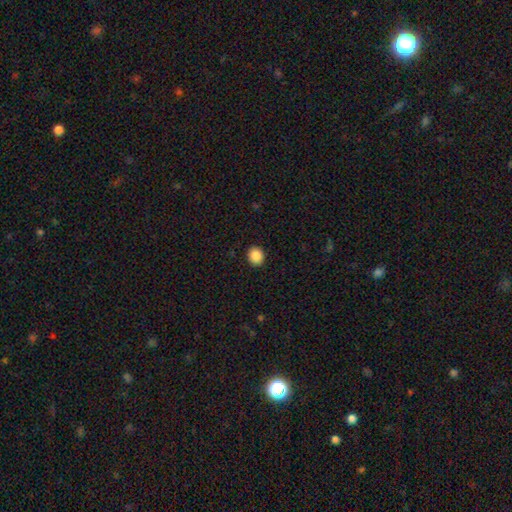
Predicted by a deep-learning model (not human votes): This is clearly a smooth galaxy (88%). How rounded: likely round (70%). Merging: clearly none (92%).